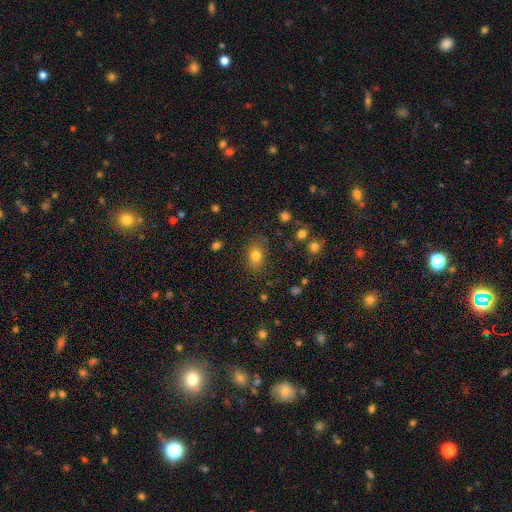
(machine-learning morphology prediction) This is likely a smooth galaxy (79%). How rounded: likely in between (73%). Merging: likely none (80%).